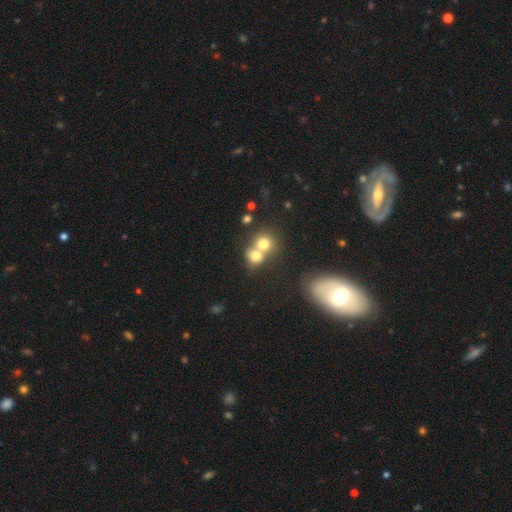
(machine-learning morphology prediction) Smooth or featured?
  - smooth: 73% *
  - featured or disk: 15%
  - star or artifact: 12%
How rounded?
  - round: 73% *
  - in between: 26%
  - cigar-shaped: 1%
Merging?
  - merger: 61% *
  - none: 29%
  - minor disturbance: 6%
  - major disturbance: 4%